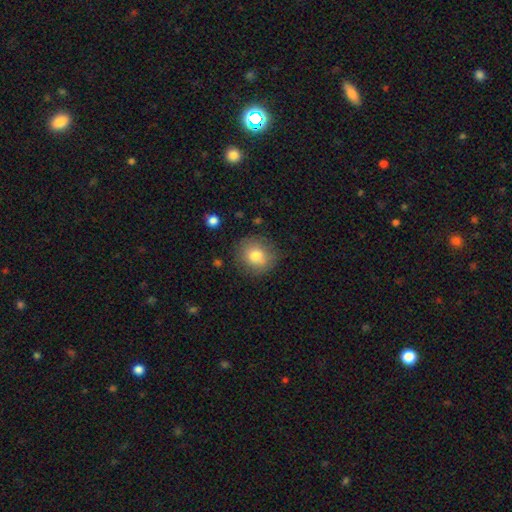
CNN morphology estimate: This is likely a smooth galaxy (78%). How rounded: clearly round (86%). Merging: clearly none (82%).